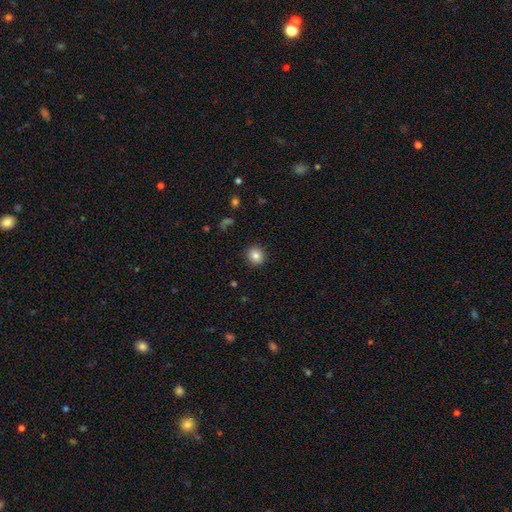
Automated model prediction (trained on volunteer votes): This is clearly a smooth galaxy (84%). How rounded: clearly round (89%). Merging: clearly none (91%).